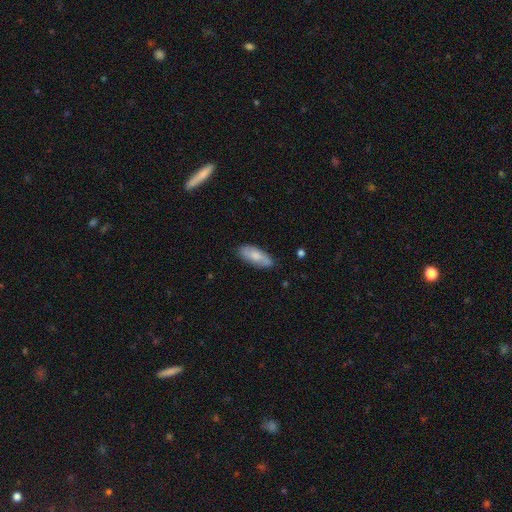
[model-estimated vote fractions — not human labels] Smooth or featured? smooth (64%)
How rounded? in between (79%)
Merging? none (79%)